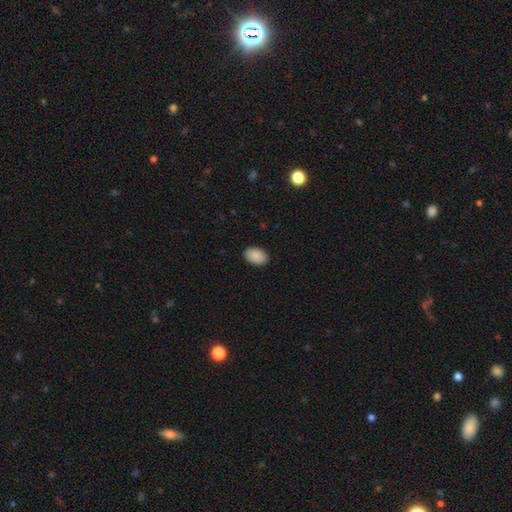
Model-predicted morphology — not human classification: Smooth or featured: smooth — 90% (star or artifact — 7%)
How rounded: in between — 90% (round — 9%)
Merging: none — 89% (minor disturbance — 8%)